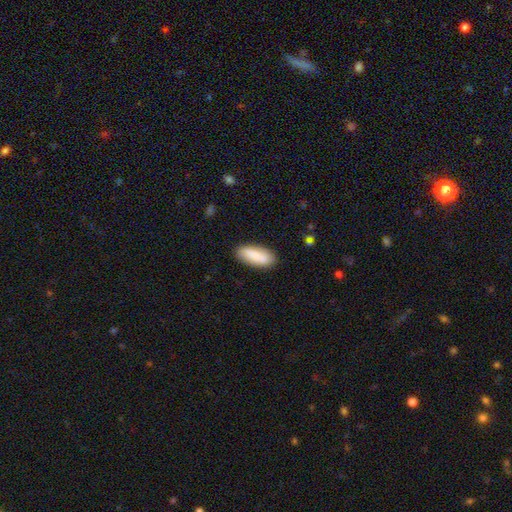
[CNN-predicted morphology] A smooth galaxy with no disk features (84%) that is in between round and cigar-shaped (78%).

Vote fractions:
- Smooth or featured? smooth: 84% / featured or disk: 11% / star or artifact: 6%
- How rounded? in between: 78% / cigar-shaped: 20% / round: 2%
- Merging? none: 85% / minor disturbance: 11% / major disturbance: 2% / merger: 1%